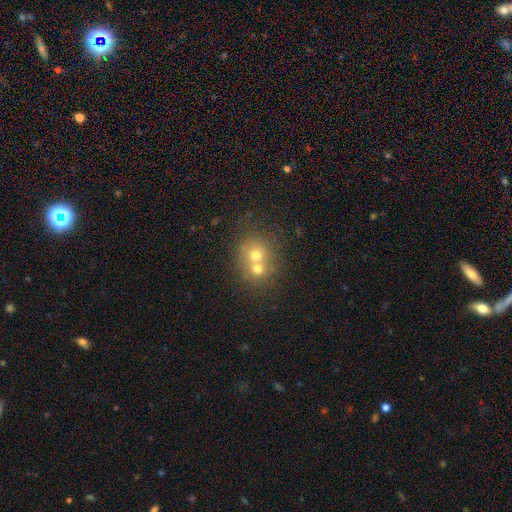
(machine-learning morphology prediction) Smooth or featured?
  - smooth: 60% *
  - featured or disk: 22%
  - star or artifact: 18%
How rounded?
  - round: 76% *
  - in between: 23%
  - cigar-shaped: 1%
Merging?
  - merger: 59% *
  - none: 33%
  - minor disturbance: 6%
  - major disturbance: 3%